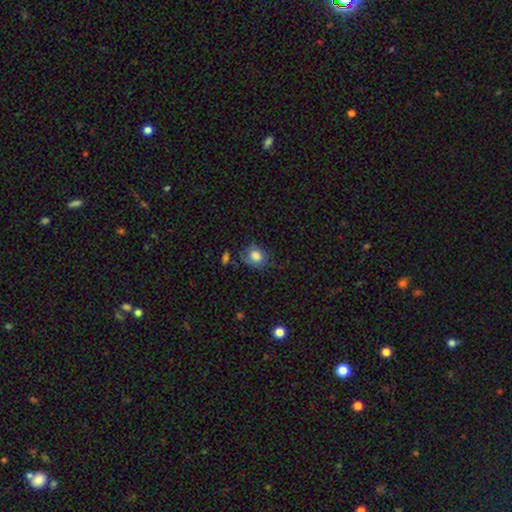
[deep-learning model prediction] The model was most divided on "how rounded": round: 51%, in between: 47%, cigar-shaped: 1%. More confident: smooth or featured — smooth (79%); merging — none (59%).